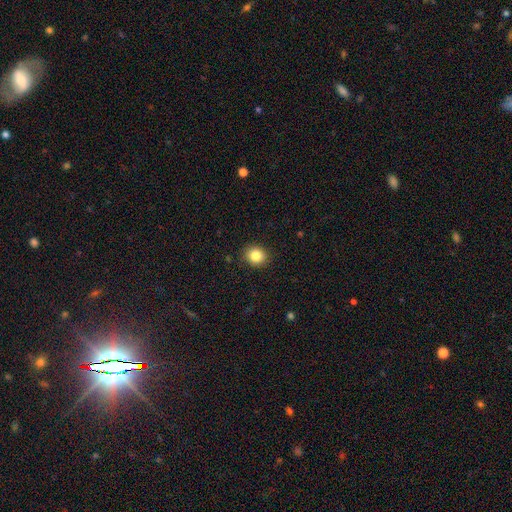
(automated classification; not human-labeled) The model was most divided on "how rounded": round: 77%, in between: 22%, cigar-shaped: 1%. More confident: merging — none (90%); smooth or featured — smooth (84%).